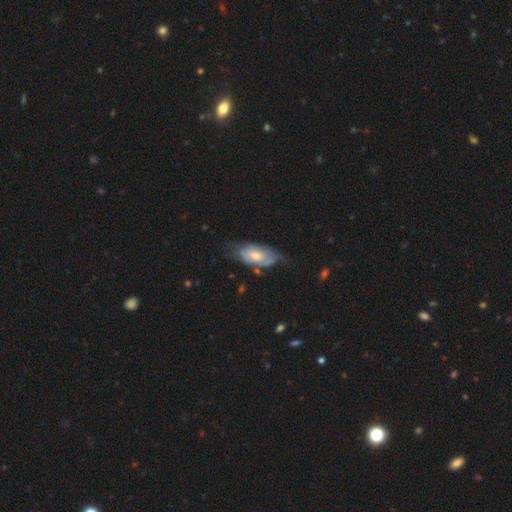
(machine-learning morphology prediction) This is possibly a featured or disk galaxy (52%). It is clearly not viewed edge-on (89%). Merging: possibly none (49%).